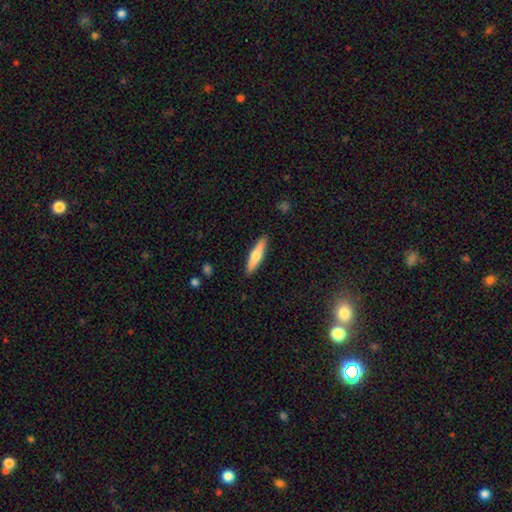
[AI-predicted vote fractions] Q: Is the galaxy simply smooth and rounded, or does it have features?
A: smooth — 61%.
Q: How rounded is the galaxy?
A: cigar-shaped — 82%.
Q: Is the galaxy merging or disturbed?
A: none — 90%.